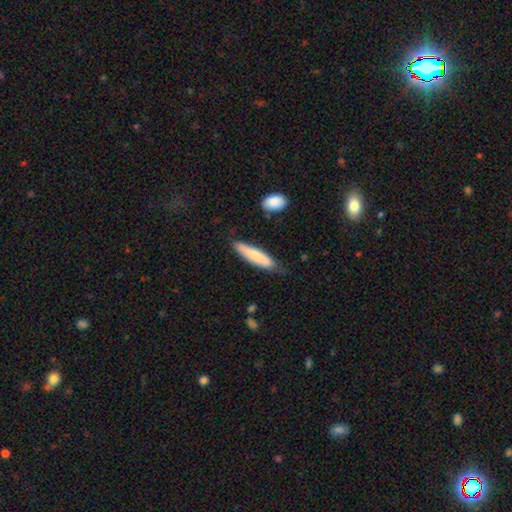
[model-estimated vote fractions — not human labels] smooth_or_featured: smooth (p=0.76) [alt: featured or disk p=0.19]
how_rounded: cigar-shaped (p=0.79) [alt: in between p=0.19]
merging: none (p=0.72) [alt: minor disturbance p=0.21]